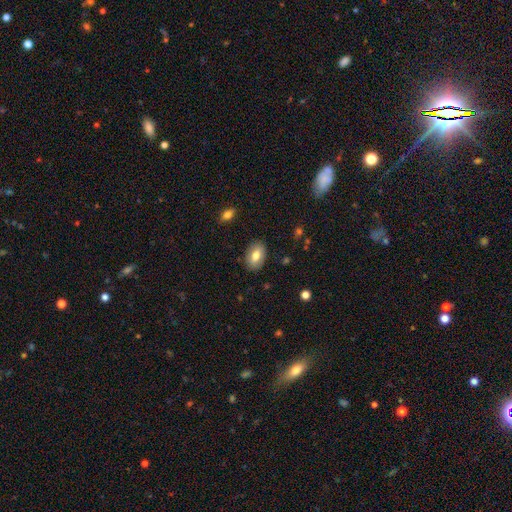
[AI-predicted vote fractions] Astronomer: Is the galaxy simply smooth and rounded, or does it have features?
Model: smooth — 77%.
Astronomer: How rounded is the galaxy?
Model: in between — 88%.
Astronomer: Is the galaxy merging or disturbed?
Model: none — 87%.